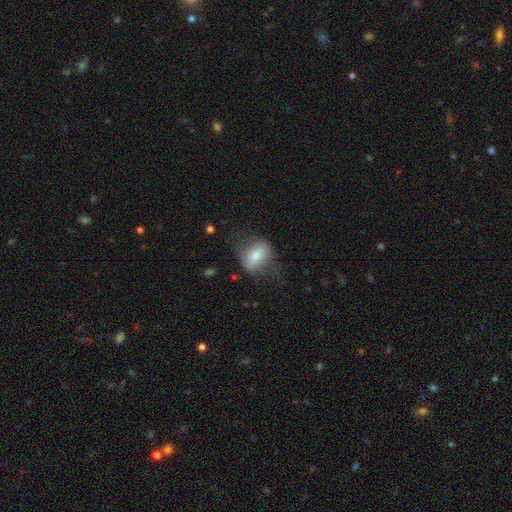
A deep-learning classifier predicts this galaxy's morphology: A smooth galaxy with no disk features (65%) that is in between round and cigar-shaped (73%).

Vote fractions:
- Smooth or featured? smooth: 65% / featured or disk: 27% / star or artifact: 8%
- How rounded? in between: 73% / round: 23% / cigar-shaped: 3%
- Merging? none: 54% / minor disturbance: 25% / major disturbance: 18% / merger: 2%